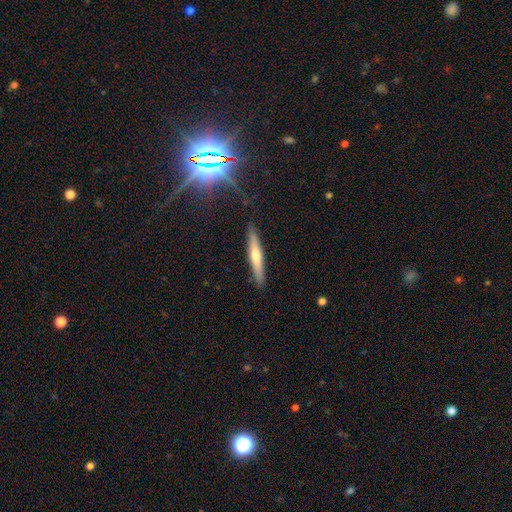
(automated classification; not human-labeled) Q: Smooth or featured?
A: featured or disk (47%); runner-up: smooth (44%)
Q: Merging?
A: none (89%); runner-up: minor disturbance (8%)